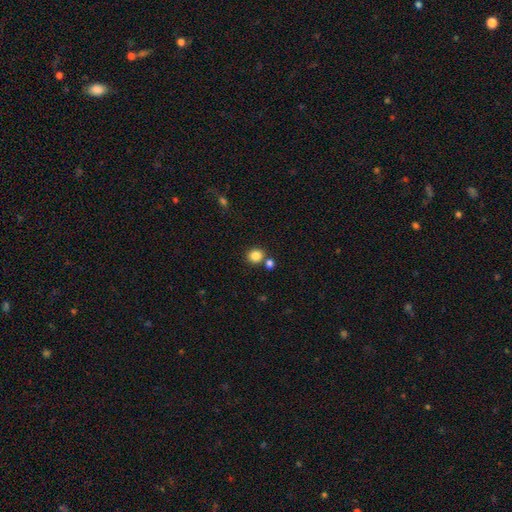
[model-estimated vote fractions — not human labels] Smooth or featured?
  - smooth: 84% *
  - star or artifact: 11%
  - featured or disk: 5%
How rounded?
  - round: 79% *
  - in between: 21%
  - cigar-shaped: 1%
Merging?
  - none: 72% *
  - merger: 17%
  - minor disturbance: 8%
  - major disturbance: 3%